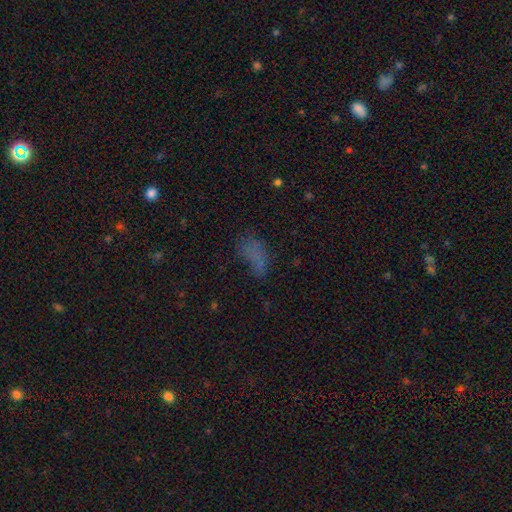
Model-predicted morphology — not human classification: A smooth galaxy with no disk features (58%) that is in between round and cigar-shaped (82%). Merging: none (44%).